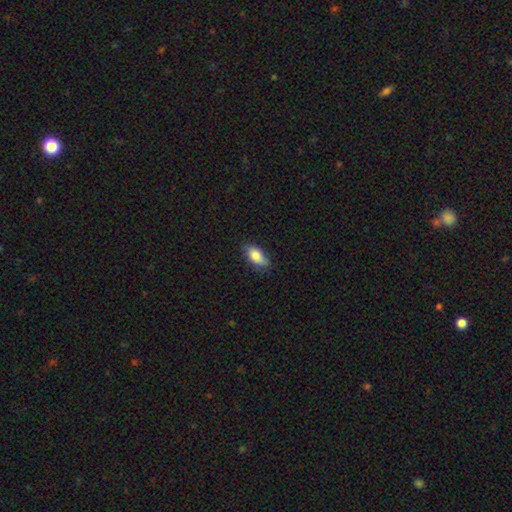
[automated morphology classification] A smooth galaxy with no disk features (82%) that is in between round and cigar-shaped (87%). Merging: none (77%).